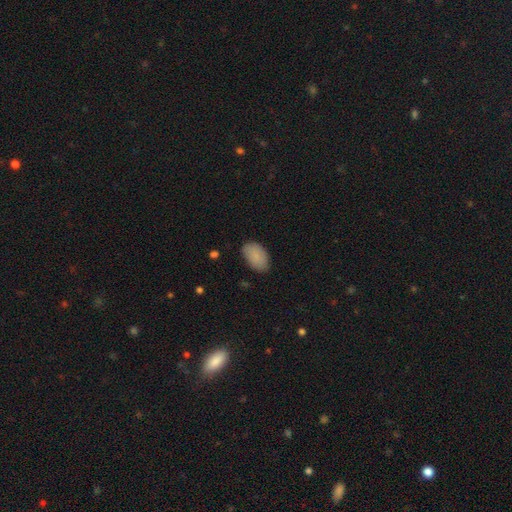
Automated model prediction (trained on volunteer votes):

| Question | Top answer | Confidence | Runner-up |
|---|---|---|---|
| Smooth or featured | smooth | 87% | featured or disk (7%) |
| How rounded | in between | 92% | round (6%) |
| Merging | none | 80% | minor disturbance (15%) |